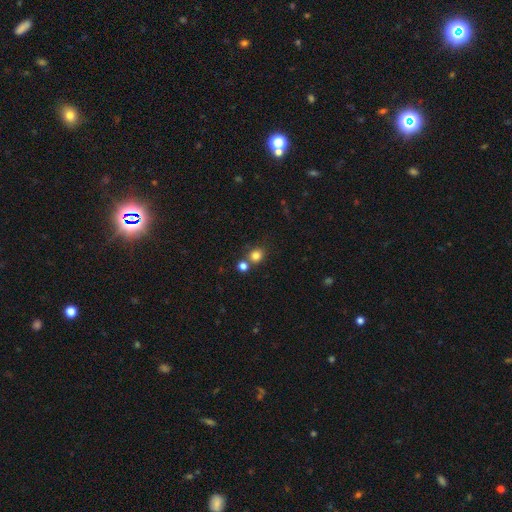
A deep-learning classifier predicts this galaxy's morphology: Q: Smooth or featured?
A: smooth (81%); runner-up: star or artifact (13%)
Q: How rounded?
A: round (82%); runner-up: in between (17%)
Q: Merging?
A: none (65%); runner-up: merger (22%)